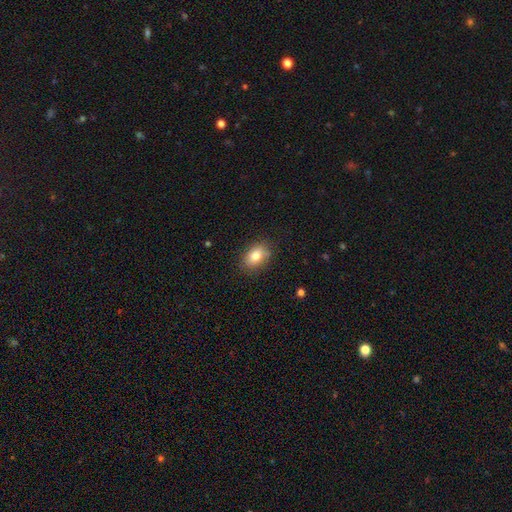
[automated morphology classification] Smooth or featured?
  - smooth: 82% *
  - featured or disk: 9%
  - star or artifact: 9%
How rounded?
  - in between: 83% *
  - round: 15%
  - cigar-shaped: 2%
Merging?
  - none: 83% *
  - minor disturbance: 13%
  - major disturbance: 3%
  - merger: 1%